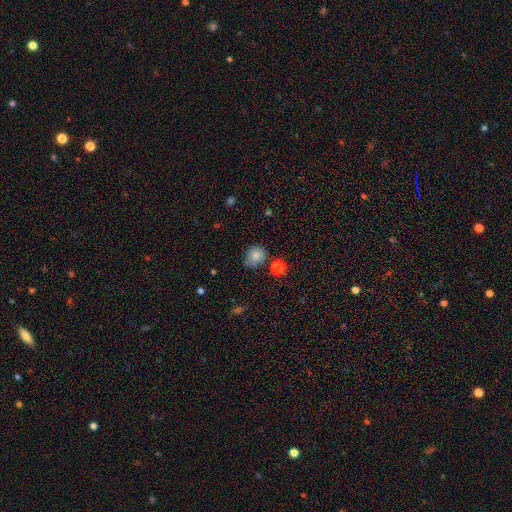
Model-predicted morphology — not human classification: Q: Smooth or featured?
A: smooth (81%); runner-up: star or artifact (12%)
Q: How rounded?
A: round (71%); runner-up: in between (28%)
Q: Merging?
A: none (63%); runner-up: minor disturbance (24%)